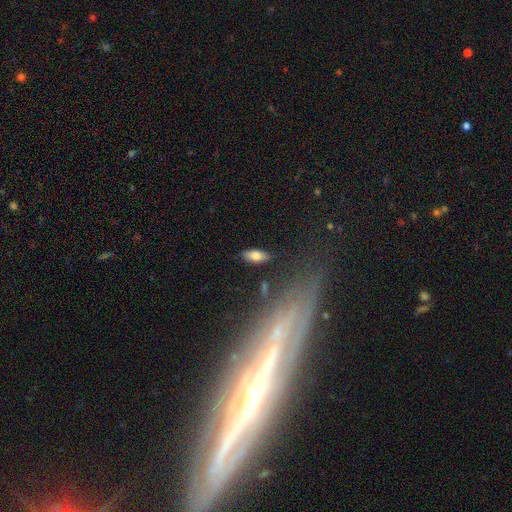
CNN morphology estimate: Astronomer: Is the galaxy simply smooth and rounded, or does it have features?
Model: smooth — 76%.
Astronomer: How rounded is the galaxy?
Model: in between — 85%.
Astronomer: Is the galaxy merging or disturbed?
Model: none — 83%.